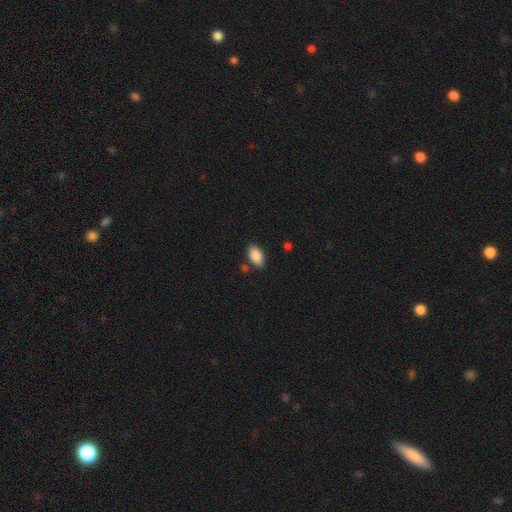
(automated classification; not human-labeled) Overall: smooth (88%). How rounded: in between (94%). Merging: none (81%).